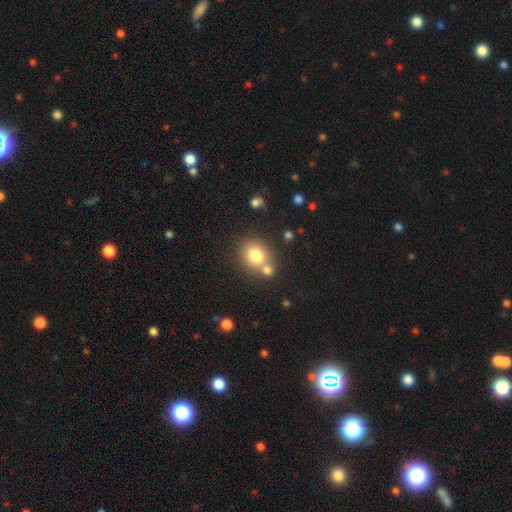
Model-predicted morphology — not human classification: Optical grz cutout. It shows a smooth galaxy with no disk features (78%) that is round (74%). Merging: none (59%).